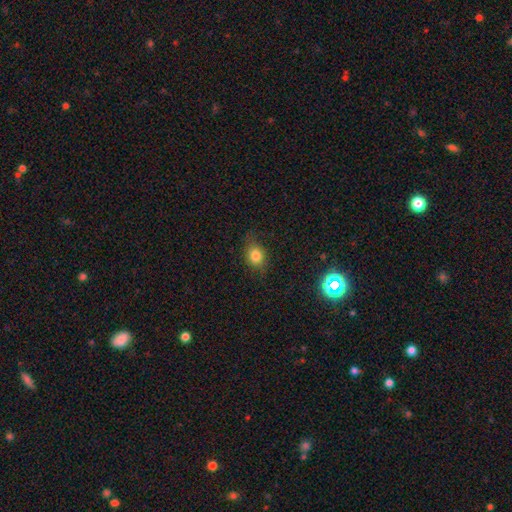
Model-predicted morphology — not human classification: Smooth or featured? smooth (79%)
How rounded? round (51%)
Merging? none (75%)